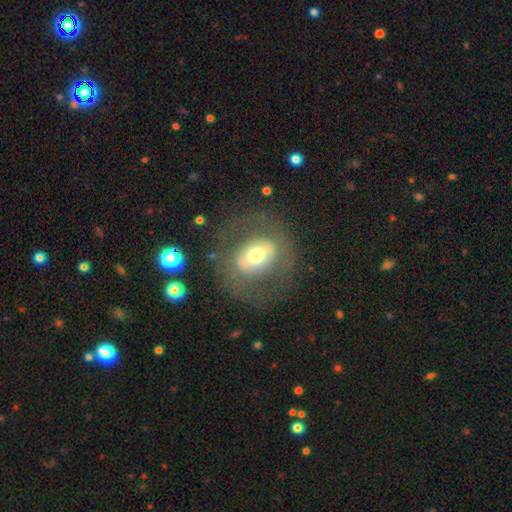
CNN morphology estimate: Overall: featured or disk (50%; smooth 41%). Edge-on disk: no (92%). Merging: none (72%).